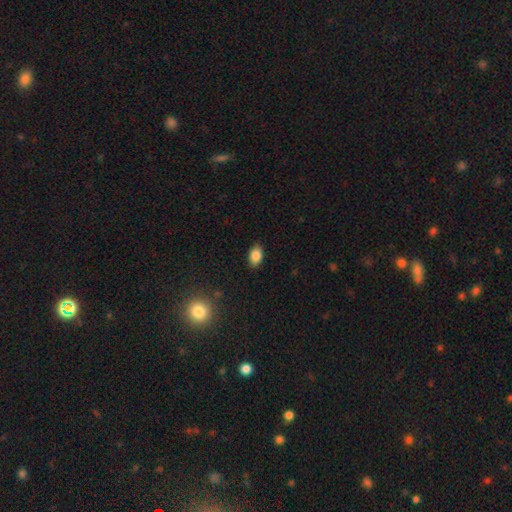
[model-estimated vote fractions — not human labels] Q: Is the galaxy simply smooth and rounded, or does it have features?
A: smooth — 85%.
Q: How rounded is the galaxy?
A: in between — 88%.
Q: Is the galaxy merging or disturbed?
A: none — 87%.